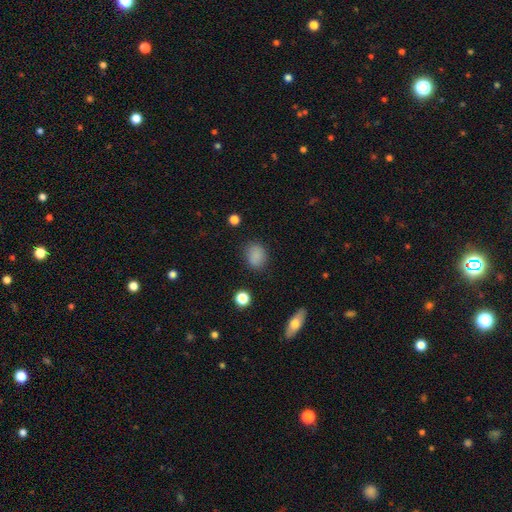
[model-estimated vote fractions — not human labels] Smooth or featured: smooth — 84% (star or artifact — 11%)
How rounded: in between — 60% (round — 39%)
Merging: none — 81% (minor disturbance — 14%)